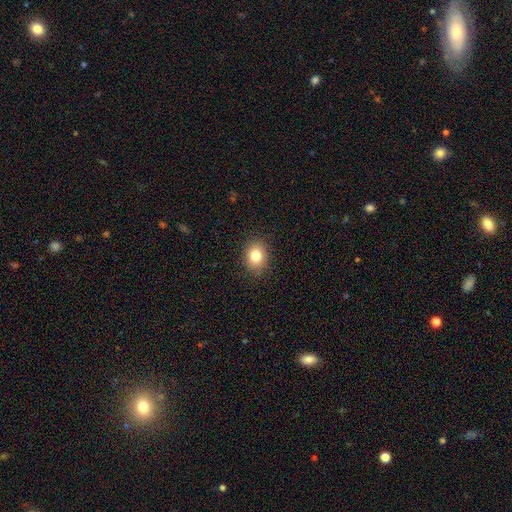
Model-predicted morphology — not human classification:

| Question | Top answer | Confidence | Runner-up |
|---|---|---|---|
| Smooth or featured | smooth | 81% | star or artifact (11%) |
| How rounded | round | 53% | in between (46%) |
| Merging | none | 88% | minor disturbance (8%) |